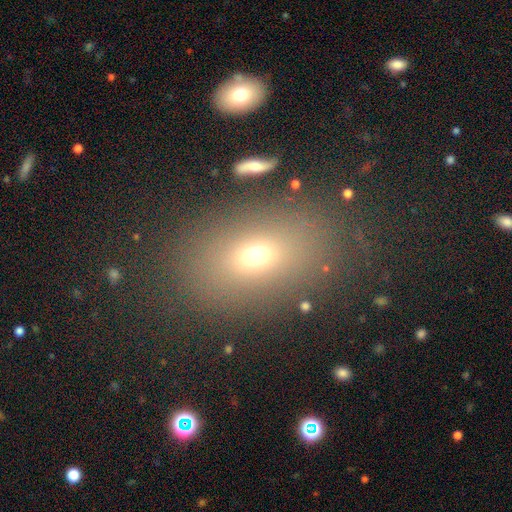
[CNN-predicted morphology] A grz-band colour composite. It shows a smooth galaxy with no disk features (66%) that is in between round and cigar-shaped (75%). Merging: none (81%).